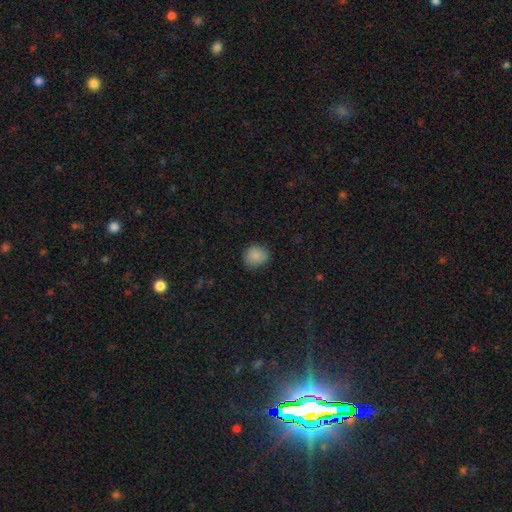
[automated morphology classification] Q: Smooth or featured?
A: smooth (85%); runner-up: star or artifact (10%)
Q: How rounded?
A: round (78%); runner-up: in between (21%)
Q: Merging?
A: none (82%); runner-up: minor disturbance (14%)